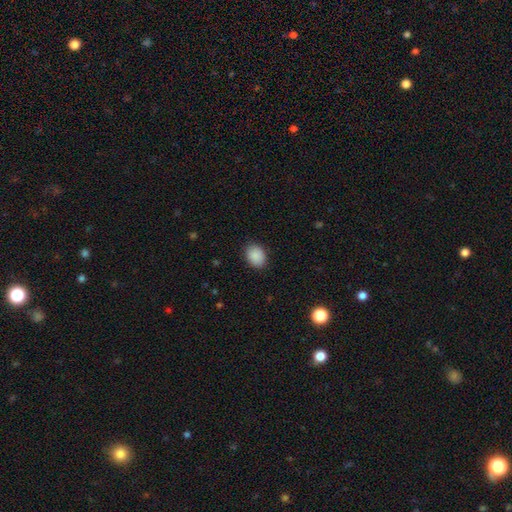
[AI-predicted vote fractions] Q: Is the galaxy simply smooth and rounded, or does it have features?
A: smooth — 90%.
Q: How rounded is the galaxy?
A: in between — 59%.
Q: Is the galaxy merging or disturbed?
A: none — 87%.